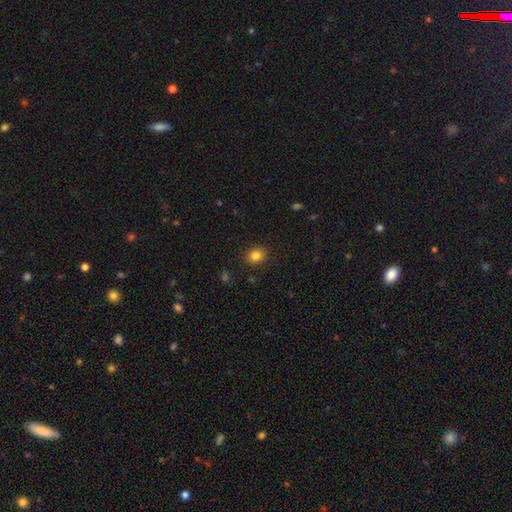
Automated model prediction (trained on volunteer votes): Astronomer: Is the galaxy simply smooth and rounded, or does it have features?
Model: smooth — 84%.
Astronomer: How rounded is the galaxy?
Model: round — 57% (runner-up: in between, 43%).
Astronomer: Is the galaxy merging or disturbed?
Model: none — 89%.